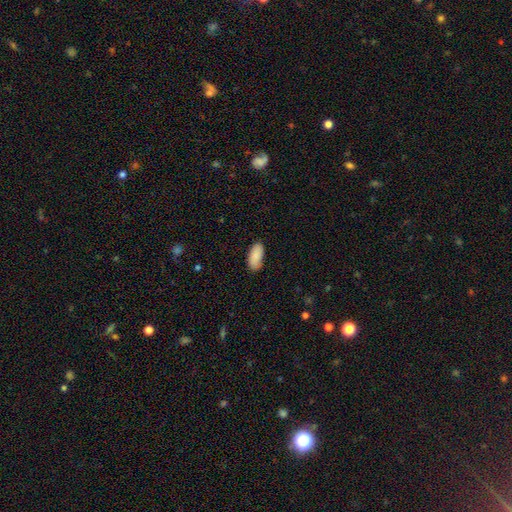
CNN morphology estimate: A smooth galaxy with no disk features (89%) that is in between round and cigar-shaped (87%).

Vote fractions:
- Smooth or featured? smooth: 89% / star or artifact: 6% / featured or disk: 5%
- How rounded? in between: 87% / cigar-shaped: 11% / round: 2%
- Merging? none: 84% / minor disturbance: 13% / major disturbance: 2% / merger: 1%